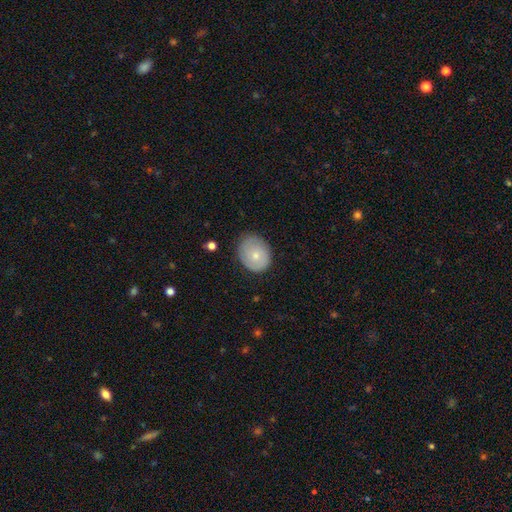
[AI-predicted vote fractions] This appears to be a smooth galaxy with no disk features (68%) that is round (55%). Merging: none (71%).